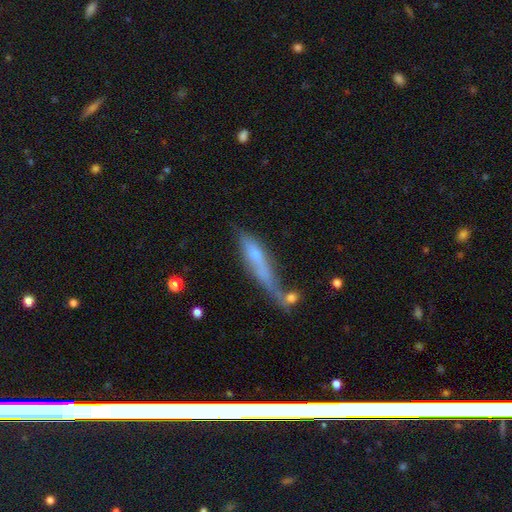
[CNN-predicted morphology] A smooth galaxy with no disk features (49%). Merging: none (30%).